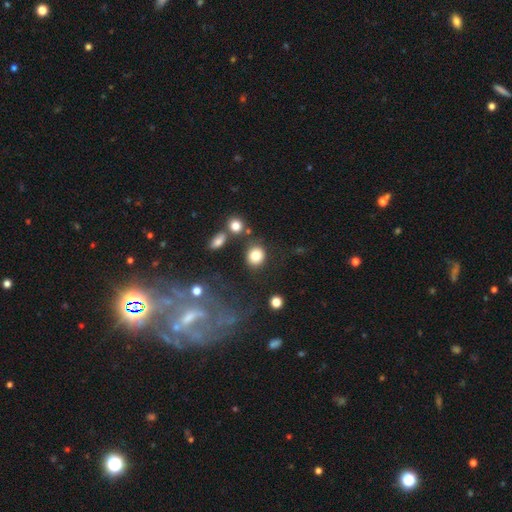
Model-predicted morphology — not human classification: This appears to be a smooth galaxy with no disk features (82%) that is round (71%). Merging: none (76%).